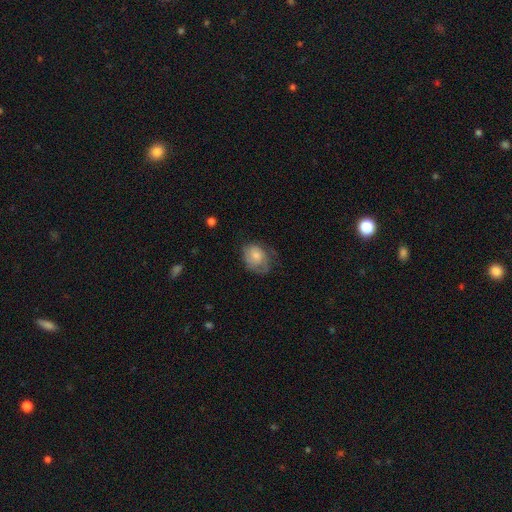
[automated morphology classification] Smooth or featured: smooth — 63% (featured or disk — 29%)
How rounded: in between — 53% (round — 46%)
Merging: none — 45% (minor disturbance — 32%)